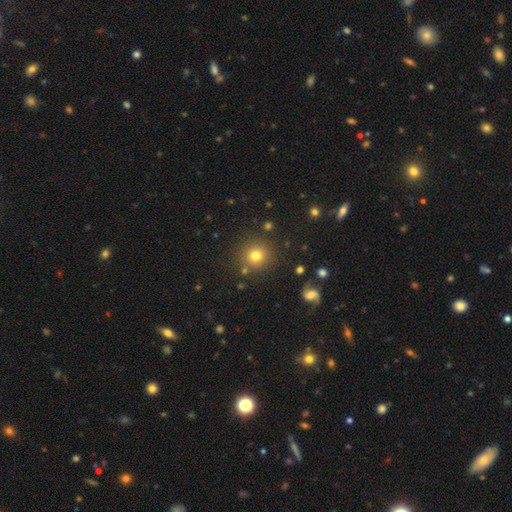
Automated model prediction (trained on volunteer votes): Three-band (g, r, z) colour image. It shows a smooth galaxy with no disk features (76%) that is round (92%). Merging: none (85%).